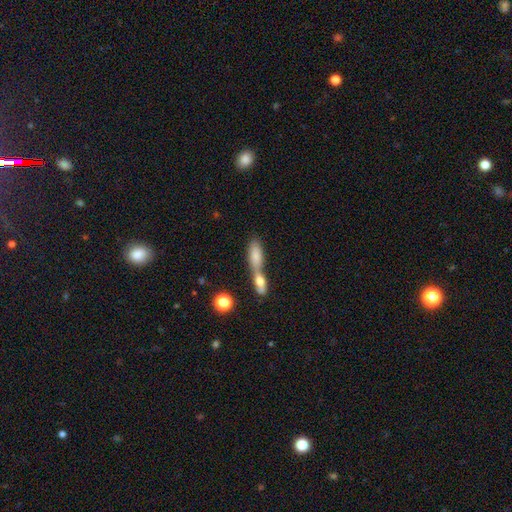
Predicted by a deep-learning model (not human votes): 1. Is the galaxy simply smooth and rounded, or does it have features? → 76% smooth, 16% featured or disk, 8% star or artifact.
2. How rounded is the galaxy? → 65% in between, 30% cigar-shaped, 5% round.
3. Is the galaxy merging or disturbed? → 70% merger, 19% none, 6% minor disturbance, 5% major disturbance.